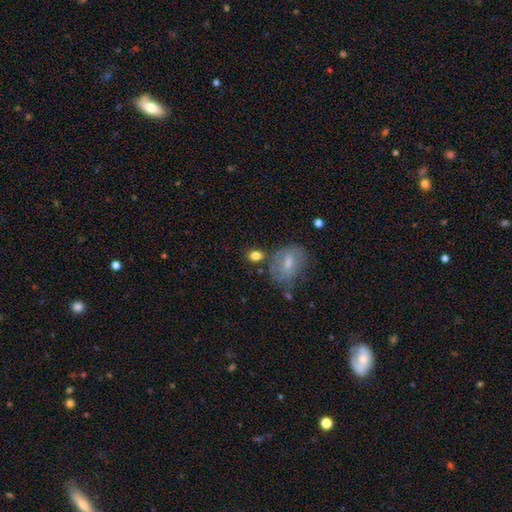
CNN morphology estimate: This is likely a smooth galaxy (80%). How rounded: likely in between (65%). Merging: likely none (64%).